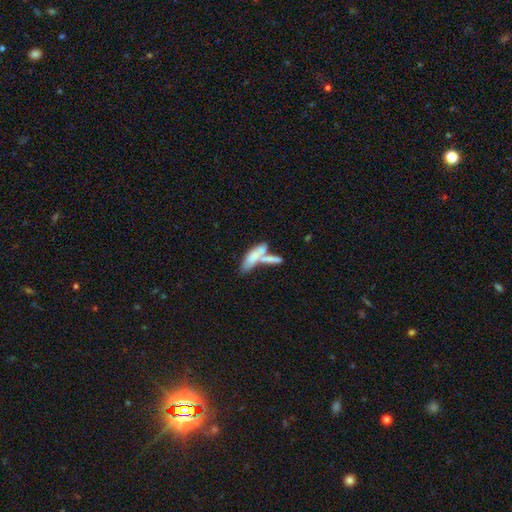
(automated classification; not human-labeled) The model was most divided on "how rounded": cigar-shaped: 50%, in between: 47%, round: 3%. More confident: smooth or featured — smooth (66%); merging — merger (56%).